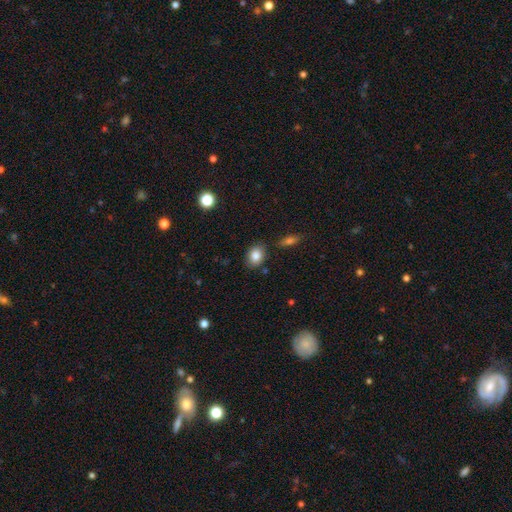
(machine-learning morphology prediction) smooth-or-featured: smooth: 83% | star or artifact: 8% | featured or disk: 8%
  how-rounded: in between: 64% | round: 35% | cigar-shaped: 1%
  merging: none: 82% | minor disturbance: 11% | merger: 4% | major disturbance: 3%